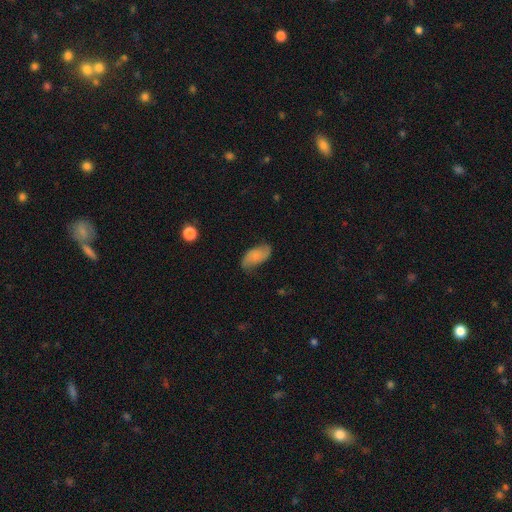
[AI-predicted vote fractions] Smooth or featured?
  - smooth: 57% *
  - featured or disk: 36%
  - star or artifact: 7%
How rounded?
  - in between: 93% *
  - cigar-shaped: 4%
  - round: 3%
Merging?
  - none: 69% *
  - minor disturbance: 23%
  - major disturbance: 6%
  - merger: 1%